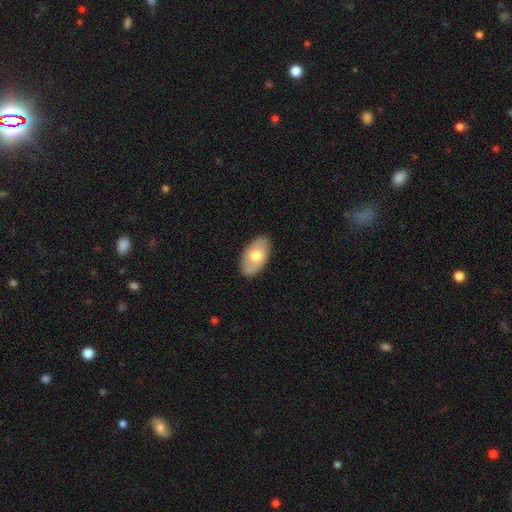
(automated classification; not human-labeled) Overall: smooth (60%; featured or disk 34%). How rounded: in between (93%). Merging: none (84%).